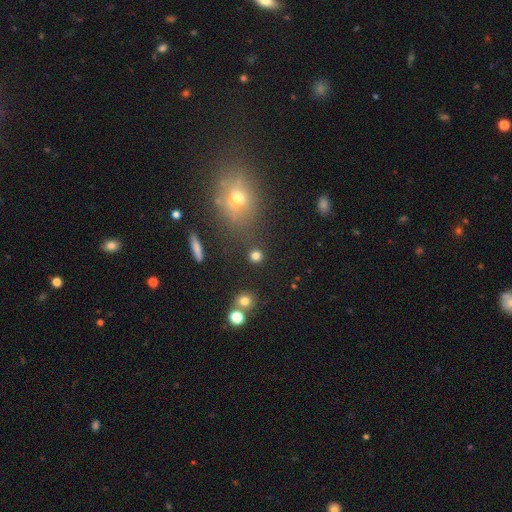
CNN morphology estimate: Smooth or featured? Predicted: smooth (p=0.78). How rounded? Predicted: round (p=0.88). Merging? Predicted: none (p=0.81).